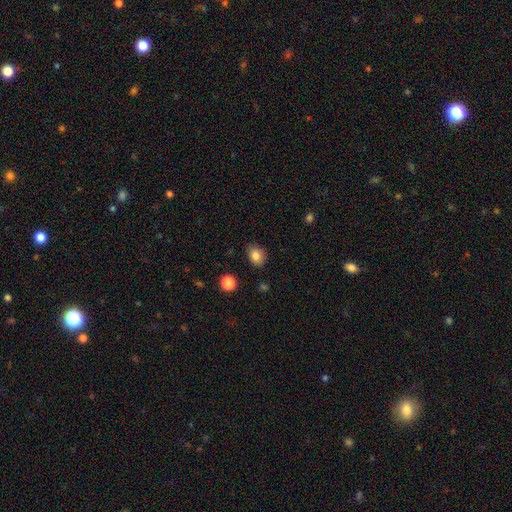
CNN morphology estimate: Smooth or featured: smooth — 84% (star or artifact — 10%)
How rounded: in between — 53% (round — 46%)
Merging: none — 81% (minor disturbance — 15%)